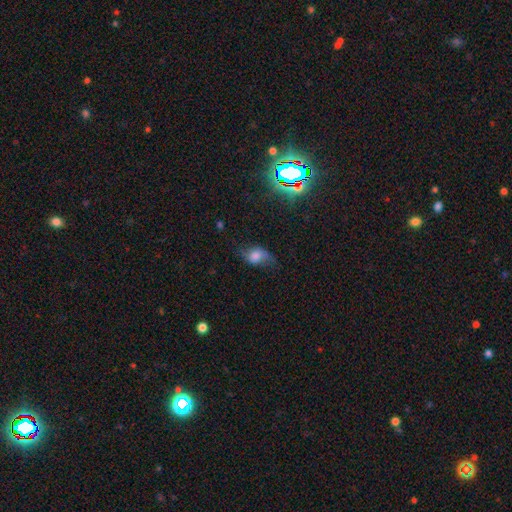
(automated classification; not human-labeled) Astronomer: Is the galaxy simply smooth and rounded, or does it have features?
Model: smooth — 53% (runner-up: featured or disk, 34%).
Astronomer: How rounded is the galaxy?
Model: in between — 72%.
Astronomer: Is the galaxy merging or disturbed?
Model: none — 53% (runner-up: minor disturbance, 29%).